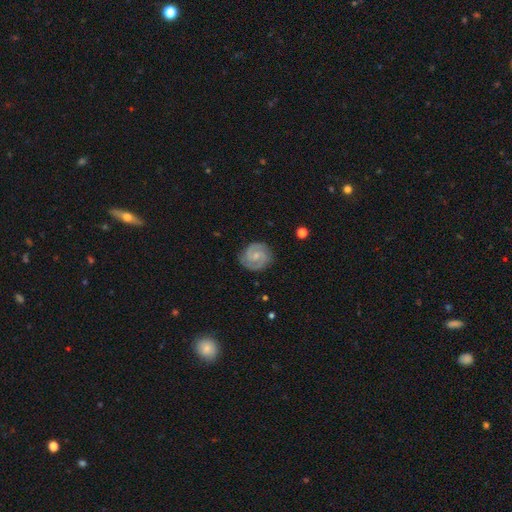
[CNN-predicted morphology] Smooth or featured? featured or disk (87%)
Edge-on disk? no (98%)
Bar? no (45%, tied with weak)
Spiral arms? yes (98%)
Spiral winding? tight (57%)
Spiral arm count? 2 (91%)
Bulge size? small (59%)
Merging? none (84%)